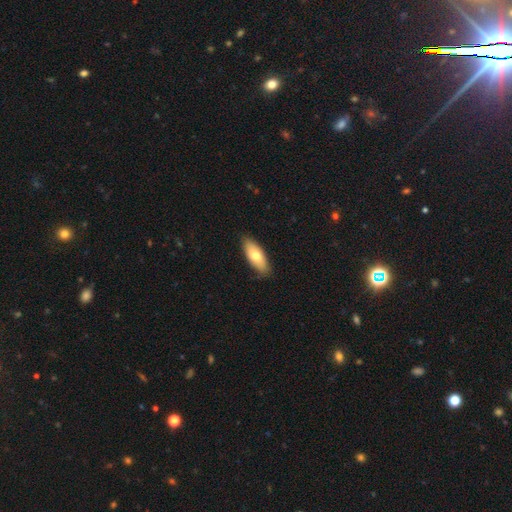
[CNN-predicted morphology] type=smooth (71%); roundness=in between (78%); merging=none (87%).